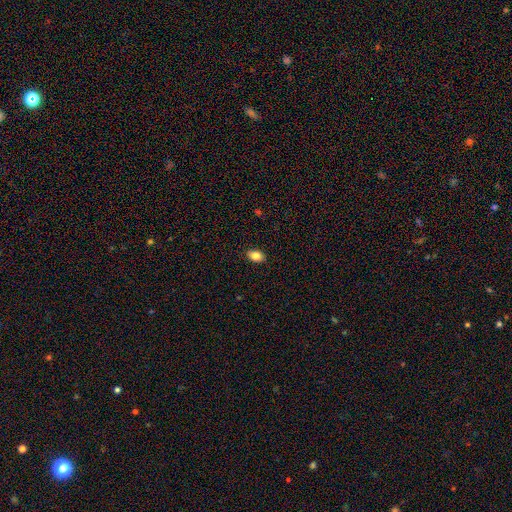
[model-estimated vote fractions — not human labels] Overall: smooth (85%). How rounded: in between (81%). Merging: none (89%).